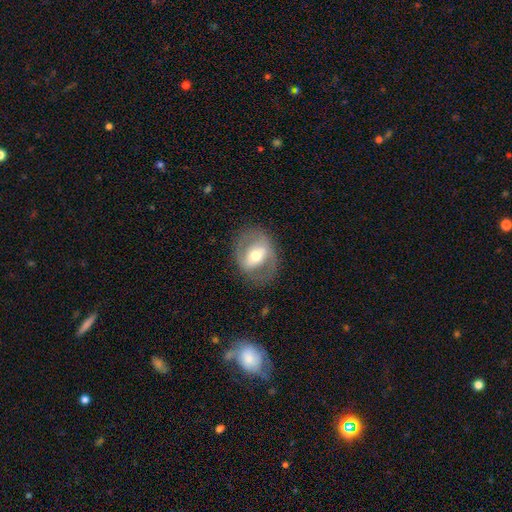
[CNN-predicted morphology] The model was most divided on "spiral arms": yes: 51%, no: 49%. Remaining: edge-on disk — no (93%); merging — none (78%); bulge size — moderate (67%); smooth or featured — featured or disk (64%); bar — strong (42%).